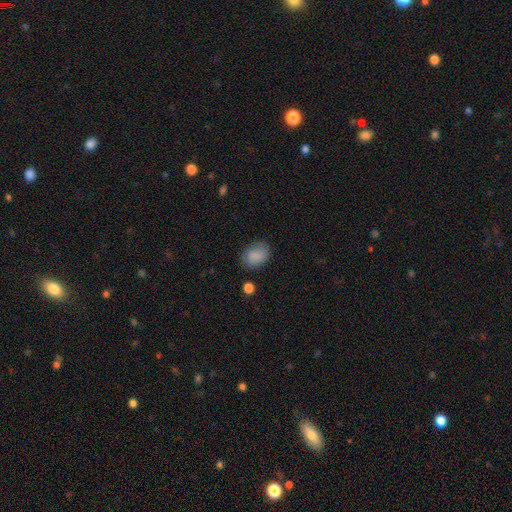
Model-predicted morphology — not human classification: A smooth galaxy with no disk features (84%) that is in between round and cigar-shaped (70%). Merging: none (75%).